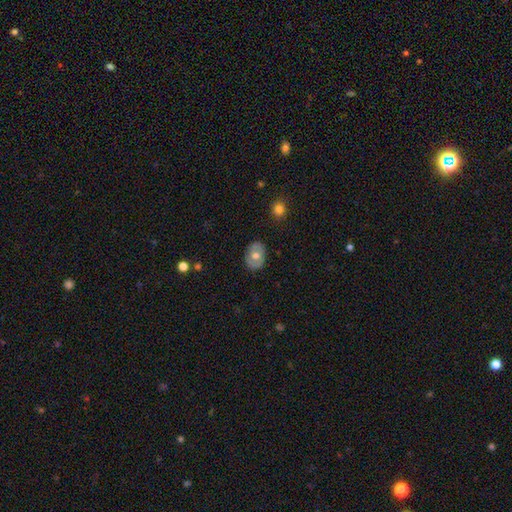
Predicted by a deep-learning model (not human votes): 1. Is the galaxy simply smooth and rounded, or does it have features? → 54% smooth, 39% featured or disk, 7% star or artifact.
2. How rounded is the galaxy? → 68% in between, 31% round, 1% cigar-shaped.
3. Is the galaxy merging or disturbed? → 83% none, 13% minor disturbance, 3% major disturbance, 1% merger.